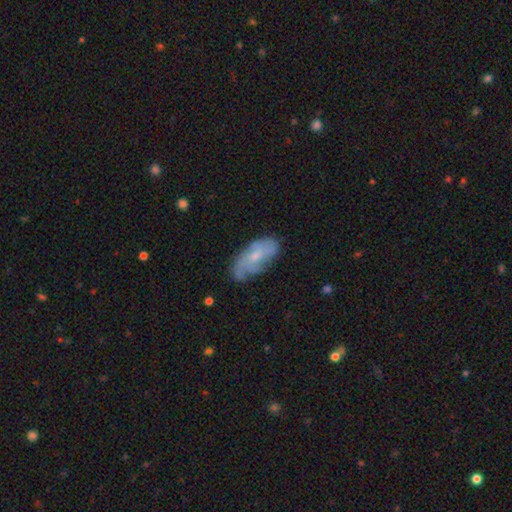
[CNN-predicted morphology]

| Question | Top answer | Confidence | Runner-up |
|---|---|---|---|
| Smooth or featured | featured or disk | 55% | smooth (38%) |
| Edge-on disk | no | 92% | yes (8%) |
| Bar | no | 71% | weak (25%) |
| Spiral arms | yes | 77% | no (23%) |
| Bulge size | small | 58% | moderate (35%) |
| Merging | none | 60% | minor disturbance (28%) |